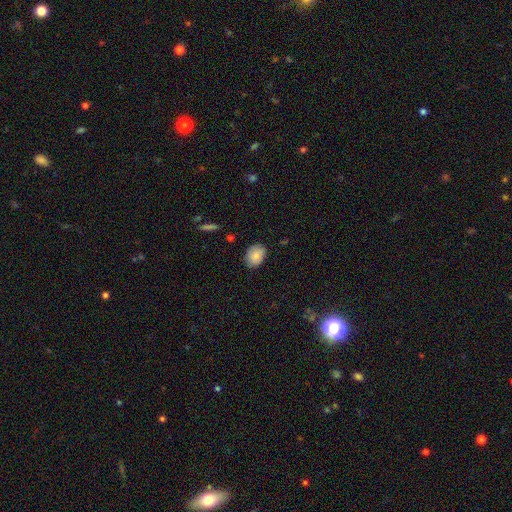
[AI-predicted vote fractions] Smooth or featured? Predicted: smooth (p=0.85). How rounded? Predicted: in between (p=0.73). Merging? Predicted: none (p=0.82).